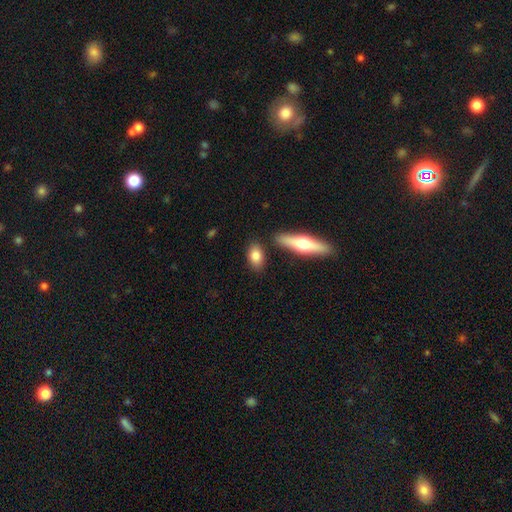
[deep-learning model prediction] smooth_or_featured: smooth (p=0.80) [alt: featured or disk p=0.14]
how_rounded: in between (p=0.83) [alt: round p=0.09]
merging: none (p=0.78) [alt: minor disturbance p=0.11]